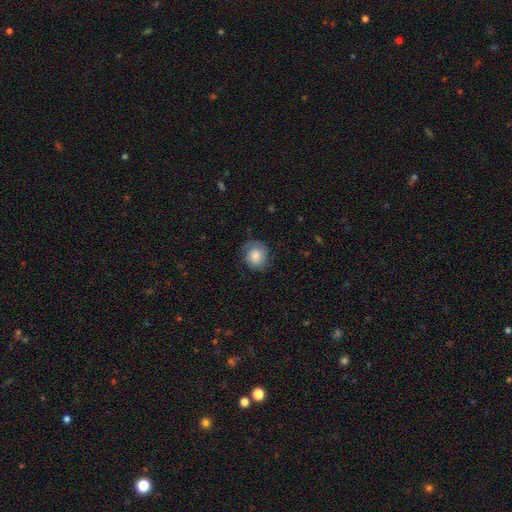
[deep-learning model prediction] smooth 65%, featured or disk 27%, star or artifact 8%. Down the decision tree: how rounded — round (79%); merging — none (71%).